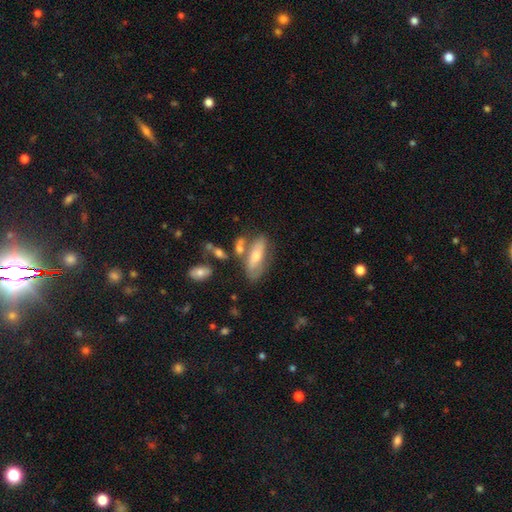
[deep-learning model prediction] Overall: smooth (51%; featured or disk 42%). How rounded: in between (66%; cigar-shaped 31%). Merging: none (54%; minor disturbance 20%).